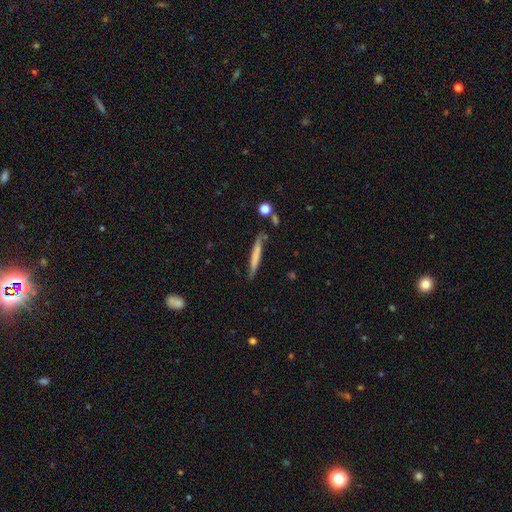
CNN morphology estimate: A smooth galaxy with no disk features (62%) that is cigar-shaped (95%). Merging: none (76%).